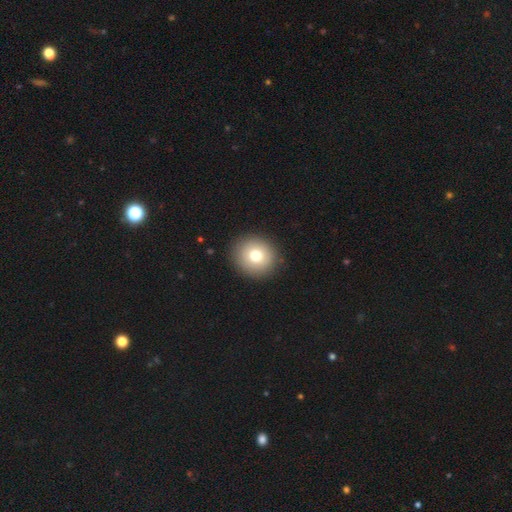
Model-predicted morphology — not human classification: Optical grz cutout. It shows a smooth galaxy with no disk features (76%) that is round (89%). Merging: none (91%).